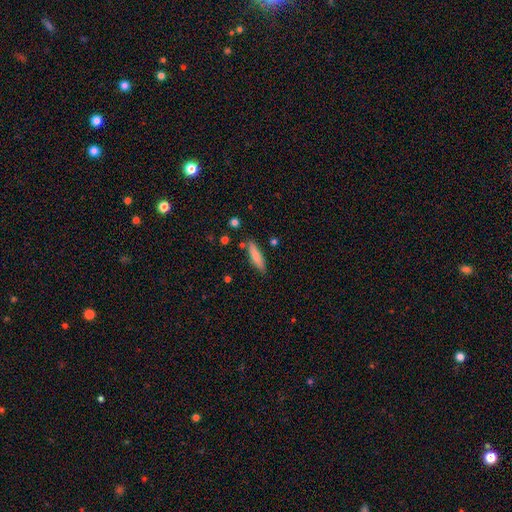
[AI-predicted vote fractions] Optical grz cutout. It shows a smooth galaxy with no disk features (77%) that is cigar-shaped (71%). Merging: none (83%).